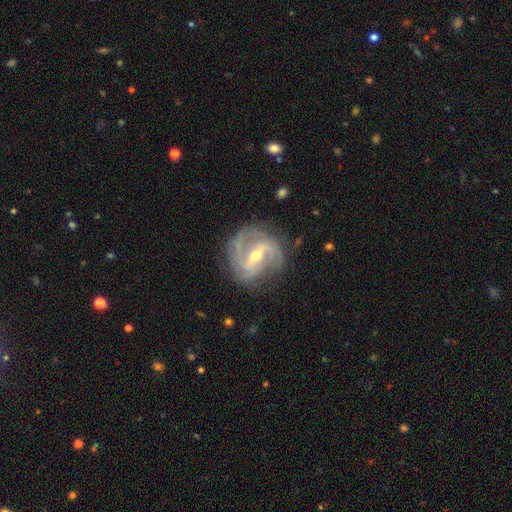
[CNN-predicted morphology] smooth_or_featured: featured or disk (p=0.89) [alt: star or artifact p=0.05]
disk_edge_on: no (p=0.97) [alt: yes p=0.03]
bar: strong (p=0.46) [alt: weak p=0.41]
has_spiral_arms: yes (p=0.96) [alt: no p=0.04]
spiral_winding: medium (p=0.48) [alt: tight p=0.29]
spiral_arm_count: 2 (p=0.56) [alt: 3 p=0.20]
bulge_size: moderate (p=0.52) [alt: small p=0.44]
merging: none (p=0.73) [alt: minor disturbance p=0.17]